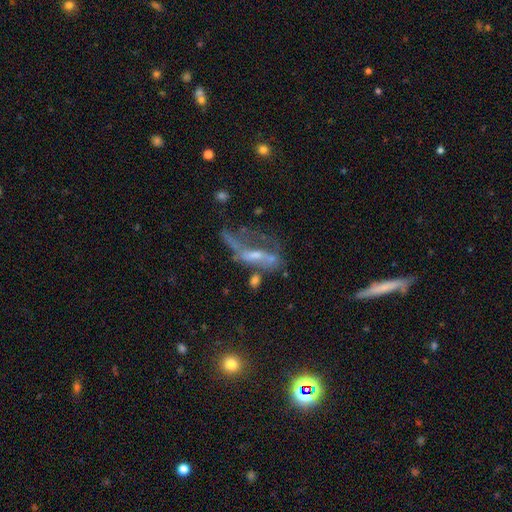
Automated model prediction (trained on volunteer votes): Smooth or featured? featured or disk (59%)
Edge-on disk? no (80%)
Merging? major disturbance (44%)